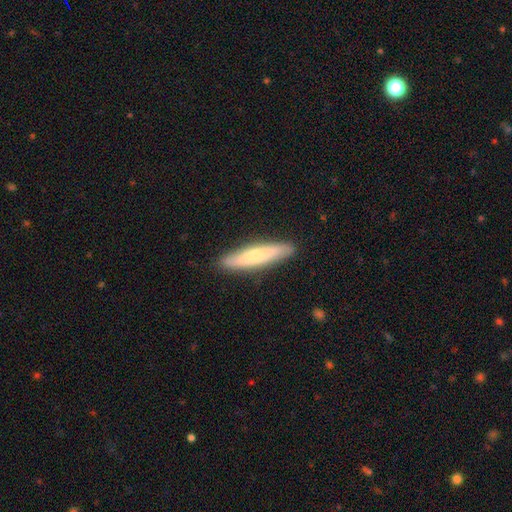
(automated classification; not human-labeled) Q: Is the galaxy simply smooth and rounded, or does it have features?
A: smooth — 61%.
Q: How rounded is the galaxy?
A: cigar-shaped — 86%.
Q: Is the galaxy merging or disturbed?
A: none — 89%.